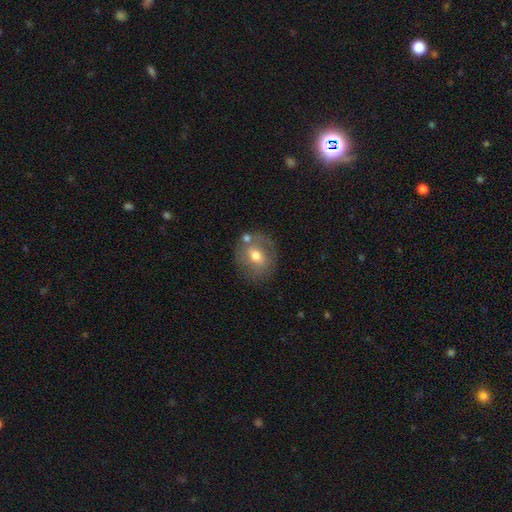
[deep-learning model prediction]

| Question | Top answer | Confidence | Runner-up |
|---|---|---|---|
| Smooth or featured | smooth | 56% | featured or disk (35%) |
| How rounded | round | 67% | in between (32%) |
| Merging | none | 69% | minor disturbance (16%) |